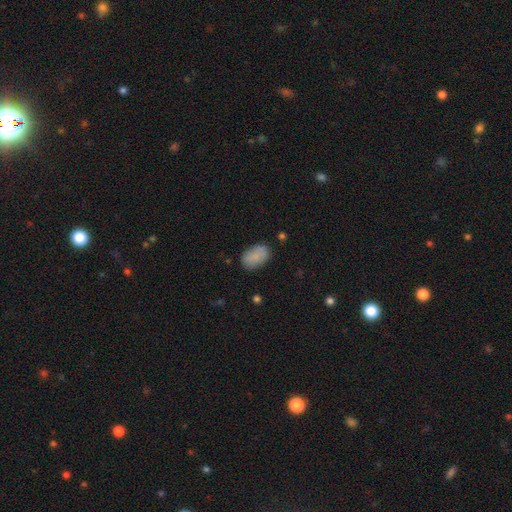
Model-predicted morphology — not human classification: The model was most divided on "merging": none: 80%, minor disturbance: 15%, major disturbance: 4%, merger: 2%. More confident: how rounded — in between (92%); smooth or featured — smooth (86%).